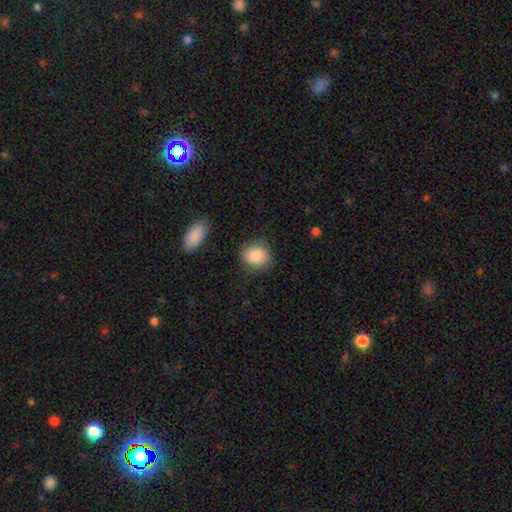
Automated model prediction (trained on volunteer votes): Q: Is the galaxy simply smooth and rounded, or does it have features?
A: smooth — 87%.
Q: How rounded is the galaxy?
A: round — 66%.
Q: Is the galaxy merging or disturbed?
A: none — 80%.